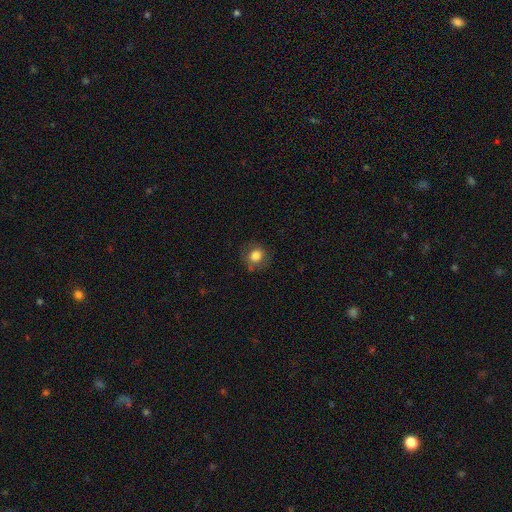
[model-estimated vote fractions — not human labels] Smooth or featured? Predicted: smooth (p=0.81). How rounded? Predicted: round (p=0.79). Merging? Predicted: none (p=0.76).